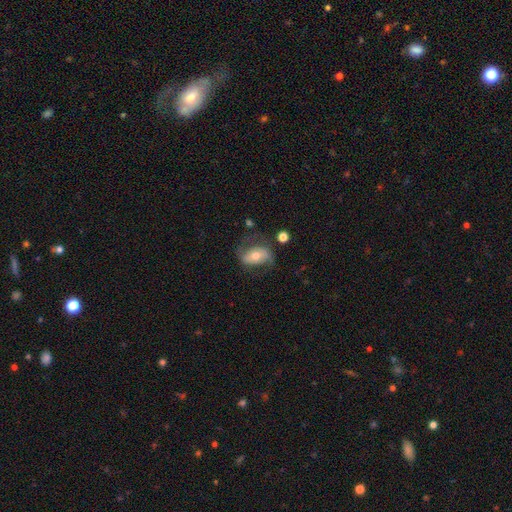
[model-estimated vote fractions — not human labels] Smooth or featured? Predicted: featured or disk (p=0.56). Edge-on disk? Predicted: no (p=0.94). Bar? Predicted: no (p=0.44). Spiral arms? Predicted: yes (p=0.76). Bulge size? Predicted: moderate (p=0.64). Merging? Predicted: none (p=0.58).